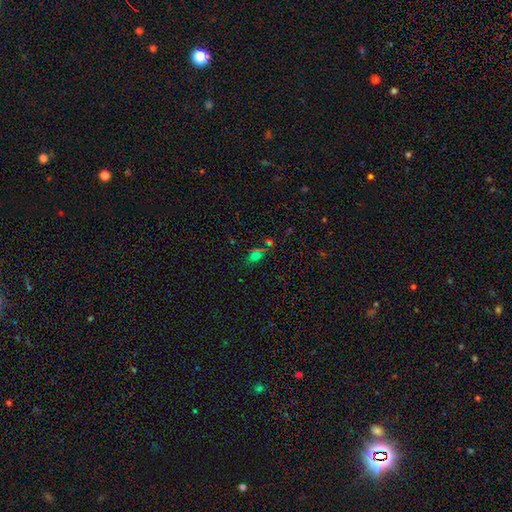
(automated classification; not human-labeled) Overall: smooth (45%; star or artifact 42%). Merging: none (68%).